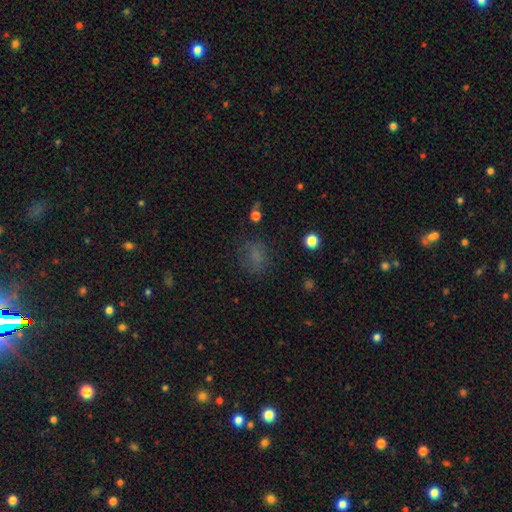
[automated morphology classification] This appears to be a smooth galaxy with no disk features (67%) that is round (53%). Merging: none (68%).